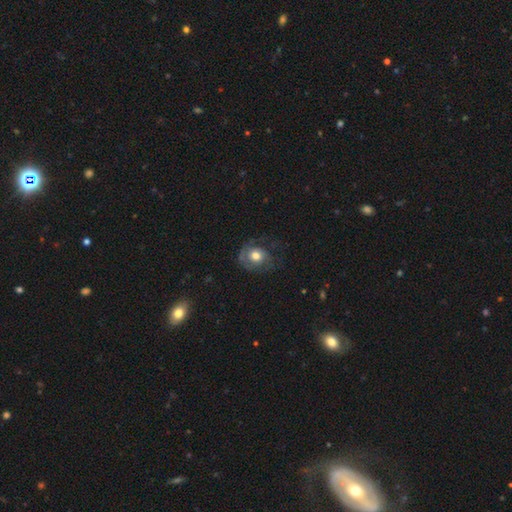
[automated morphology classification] Smooth or featured? Predicted: smooth (p=0.56). How rounded? Predicted: round (p=0.66). Merging? Predicted: none (p=0.51).